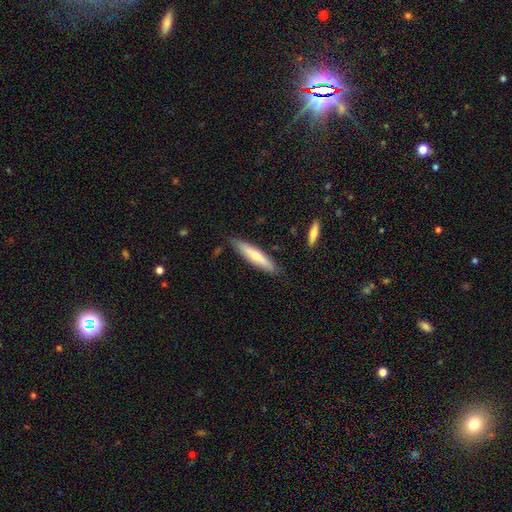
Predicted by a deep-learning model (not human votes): A smooth galaxy with no disk features (57%) that is cigar-shaped (83%).

Vote fractions:
- Smooth or featured? smooth: 57% / featured or disk: 37% / star or artifact: 5%
- How rounded? cigar-shaped: 83% / in between: 15% / round: 1%
- Merging? none: 82% / minor disturbance: 13% / major disturbance: 2% / merger: 2%